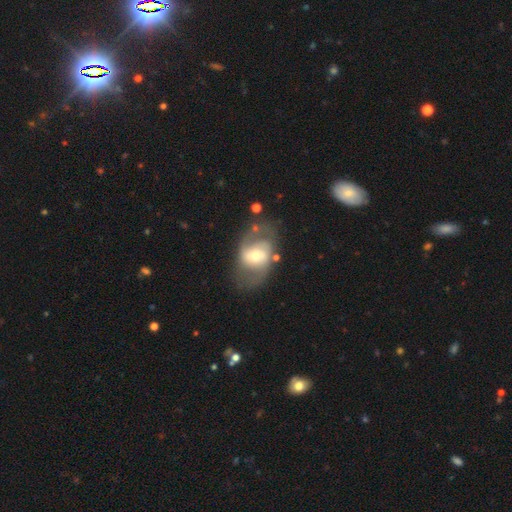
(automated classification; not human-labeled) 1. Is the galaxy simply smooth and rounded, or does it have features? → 66% featured or disk, 26% smooth, 7% star or artifact.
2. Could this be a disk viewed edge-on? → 95% no, 5% yes.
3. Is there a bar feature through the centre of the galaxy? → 41% weak, 36% no, 23% strong.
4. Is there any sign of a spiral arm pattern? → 72% yes, 28% no.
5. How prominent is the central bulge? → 55% moderate, 33% small, 9% large, 2% dominant, 1% none.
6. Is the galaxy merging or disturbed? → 60% none, 19% minor disturbance, 15% major disturbance, 6% merger.